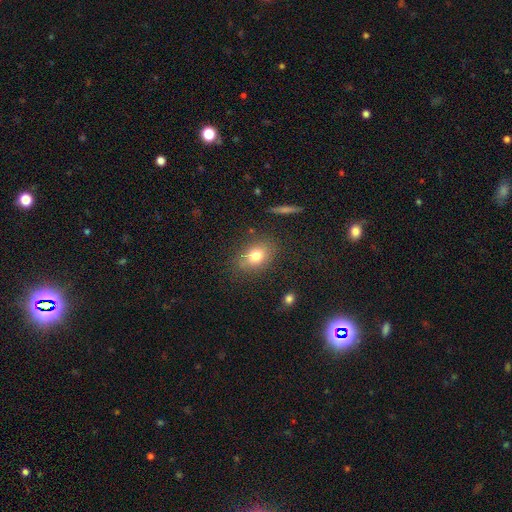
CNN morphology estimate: type=smooth (76%); roundness=in between (69%); merging=none (81%).